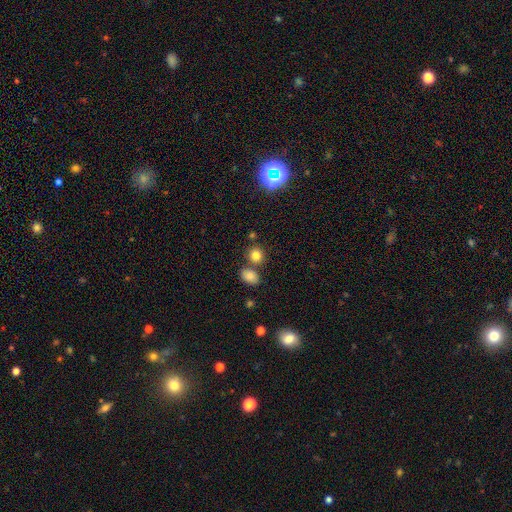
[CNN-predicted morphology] smooth_or_featured: smooth (p=0.79) [alt: star or artifact p=0.14]
how_rounded: round (p=0.79) [alt: in between p=0.20]
merging: none (p=0.69) [alt: merger p=0.20]